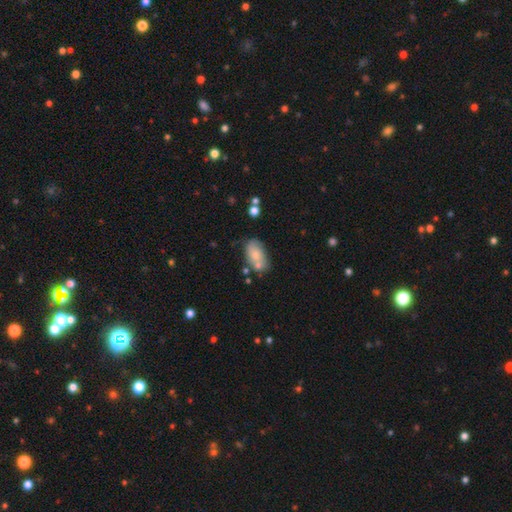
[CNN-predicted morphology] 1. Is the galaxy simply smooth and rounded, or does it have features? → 69% smooth, 24% featured or disk, 8% star or artifact.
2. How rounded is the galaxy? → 91% in between, 6% round, 2% cigar-shaped.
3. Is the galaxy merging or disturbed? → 49% none, 23% minor disturbance, 21% merger, 7% major disturbance.